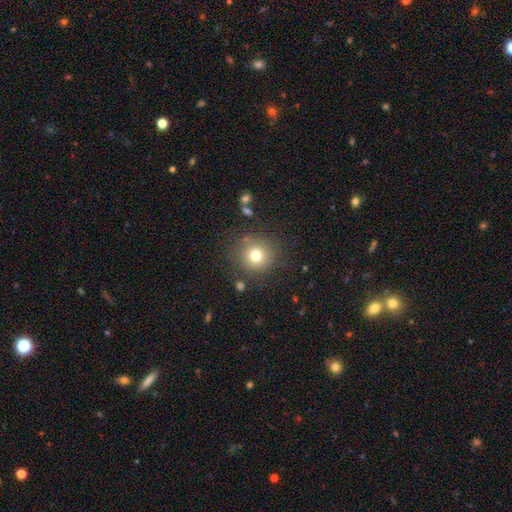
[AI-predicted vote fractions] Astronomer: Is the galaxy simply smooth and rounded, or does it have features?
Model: smooth — 75%.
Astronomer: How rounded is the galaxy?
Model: round — 93%.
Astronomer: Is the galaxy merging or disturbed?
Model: none — 83%.